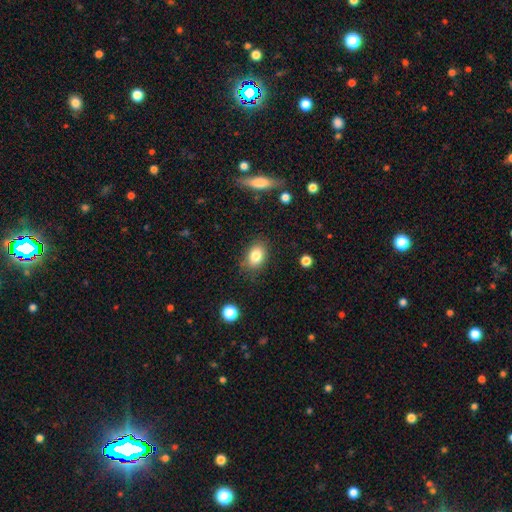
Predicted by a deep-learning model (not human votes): Smooth or featured? smooth (82%)
How rounded? in between (73%)
Merging? none (81%)